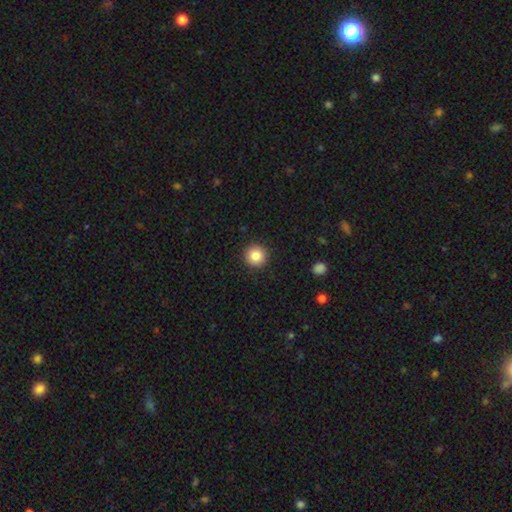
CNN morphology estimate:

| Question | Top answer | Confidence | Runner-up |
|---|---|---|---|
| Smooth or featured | smooth | 85% | star or artifact (10%) |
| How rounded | round | 95% | in between (4%) |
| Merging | none | 92% | minor disturbance (5%) |